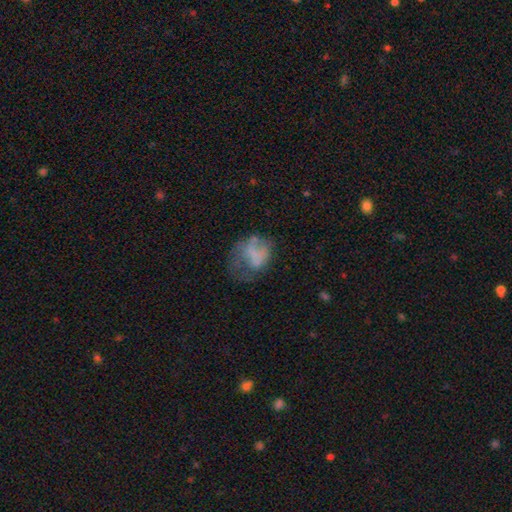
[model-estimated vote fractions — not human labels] Smooth or featured? smooth (51%)
How rounded? in between (55%)
Merging? major disturbance (41%)